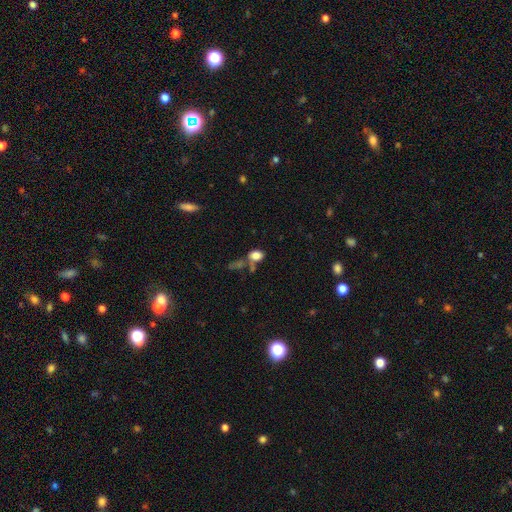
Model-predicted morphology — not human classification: This appears to be a smooth galaxy with no disk features (77%) that is in between round and cigar-shaped (77%). Merging: none (42%).